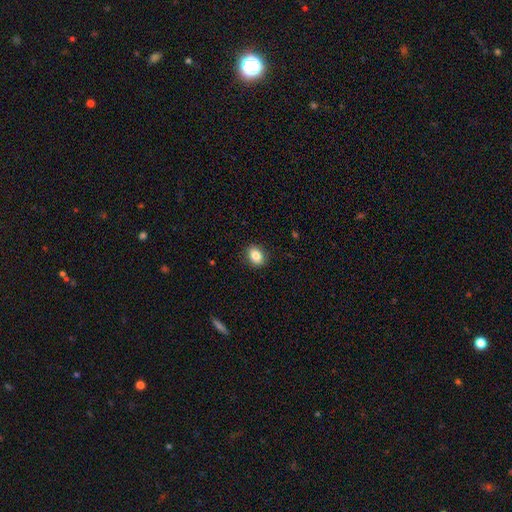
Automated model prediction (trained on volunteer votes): Smooth or featured: smooth — 84% (star or artifact — 9%)
How rounded: in between — 60% (round — 39%)
Merging: none — 88% (minor disturbance — 9%)